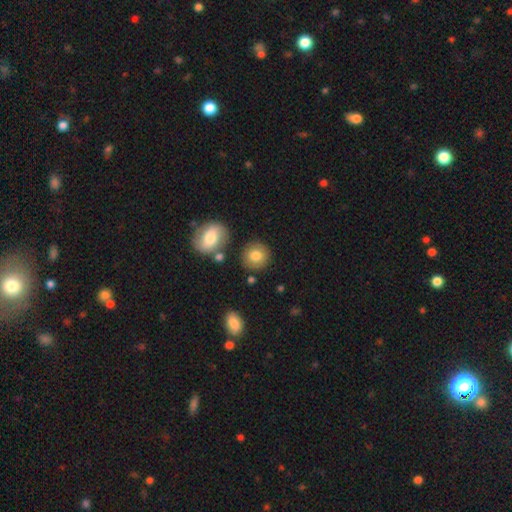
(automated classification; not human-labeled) The model was most divided on "smooth or featured": smooth: 79%, featured or disk: 12%, star or artifact: 8%. More confident: how rounded — round (89%); merging — none (83%).